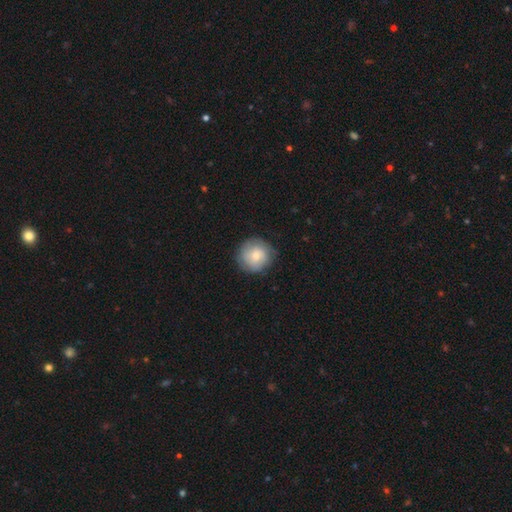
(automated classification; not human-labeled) A smooth galaxy with no disk features (72%) that is round (93%). Merging: none (81%).